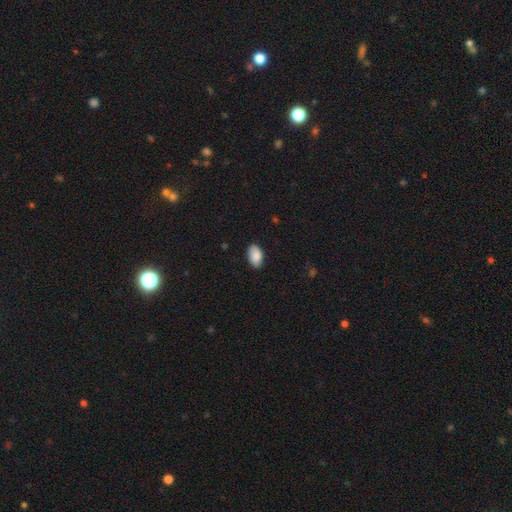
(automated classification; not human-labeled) A smooth galaxy with no disk features (88%) that is in between round and cigar-shaped (94%).

Vote fractions:
- Smooth or featured? smooth: 88% / star or artifact: 6% / featured or disk: 6%
- How rounded? in between: 94% / round: 5% / cigar-shaped: 1%
- Merging? none: 84% / minor disturbance: 13% / major disturbance: 2% / merger: 1%